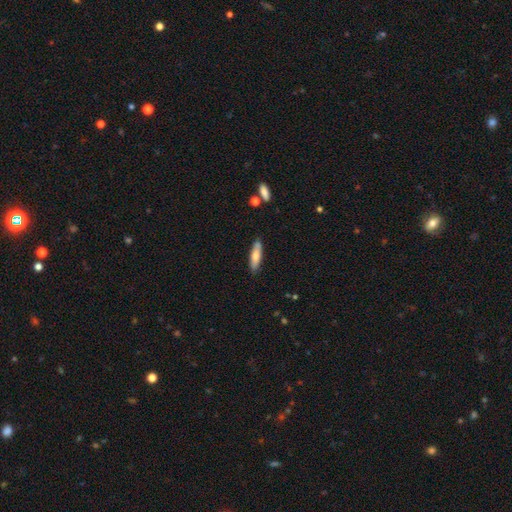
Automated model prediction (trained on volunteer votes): This appears to be a smooth galaxy with no disk features (70%) that is cigar-shaped (67%). Merging: none (81%).